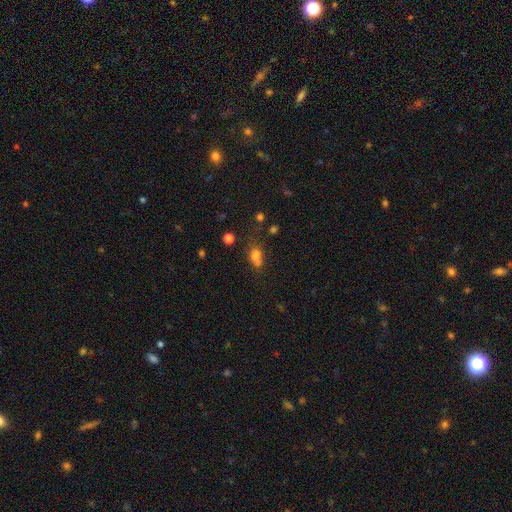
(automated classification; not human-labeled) This appears to be a smooth galaxy with no disk features (73%) that is in between round and cigar-shaped (73%). Merging: none (41%).